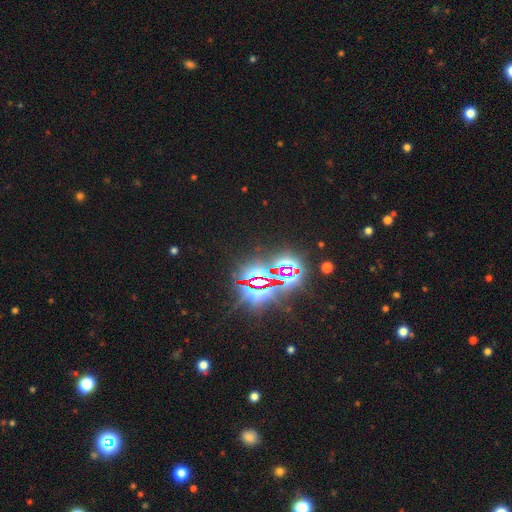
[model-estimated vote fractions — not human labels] This is likely a star or artifact rather than a galaxy (75%).